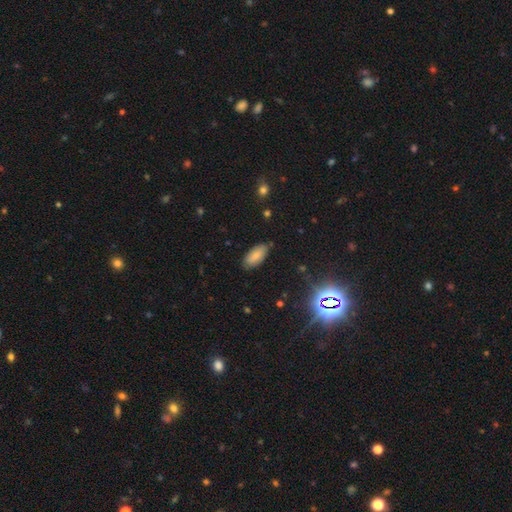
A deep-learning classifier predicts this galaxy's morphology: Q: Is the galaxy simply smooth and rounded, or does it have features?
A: smooth — 82%.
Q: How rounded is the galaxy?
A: in between — 89%.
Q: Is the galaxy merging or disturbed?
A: none — 82%.